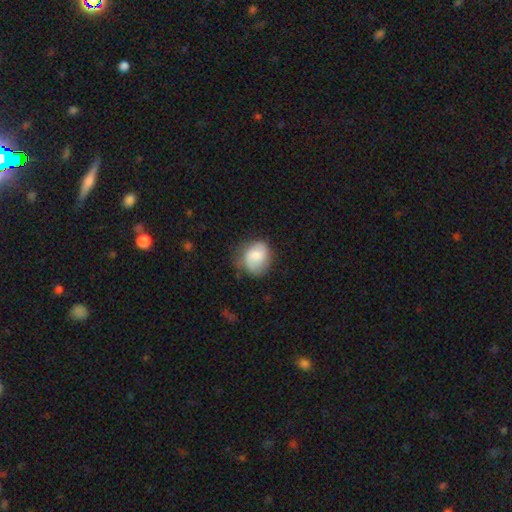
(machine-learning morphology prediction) Smooth or featured?
  - smooth: 67% *
  - featured or disk: 26%
  - star or artifact: 7%
How rounded?
  - round: 61% *
  - in between: 38%
  - cigar-shaped: 1%
Merging?
  - none: 60% *
  - minor disturbance: 29%
  - major disturbance: 10%
  - merger: 2%